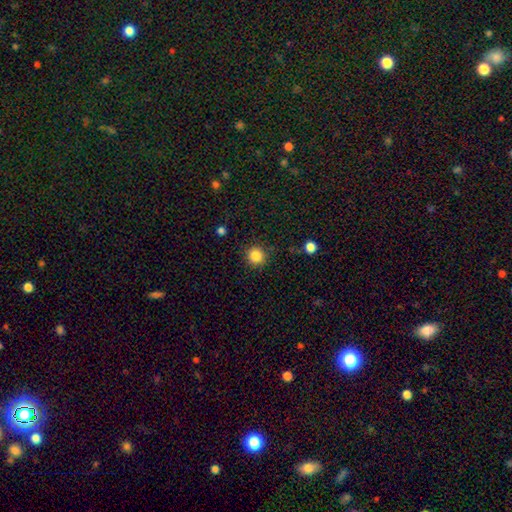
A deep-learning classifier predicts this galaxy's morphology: This is clearly a smooth galaxy (85%). How rounded: clearly round (94%). Merging: clearly none (88%).